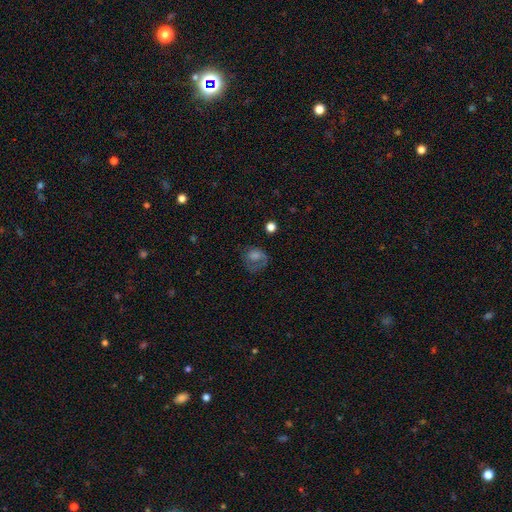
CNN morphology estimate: type=smooth (52%); roundness=round (63%); merging=none (46%).